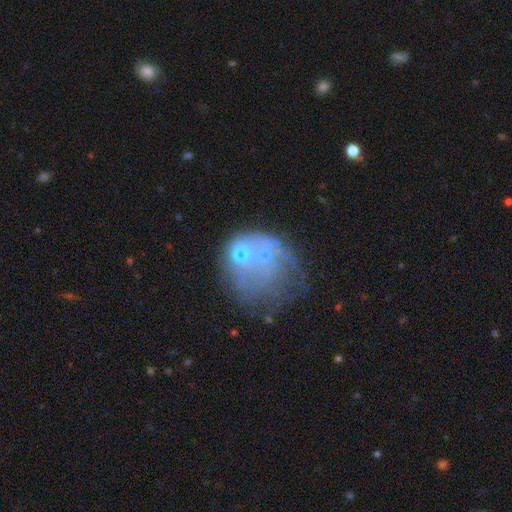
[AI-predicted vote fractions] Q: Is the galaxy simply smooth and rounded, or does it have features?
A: featured or disk — 52%.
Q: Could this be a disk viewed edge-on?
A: no — 98%.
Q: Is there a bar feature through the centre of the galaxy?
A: no — 88%.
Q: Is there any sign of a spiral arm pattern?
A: no — 79%.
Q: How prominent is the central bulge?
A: small — 45%.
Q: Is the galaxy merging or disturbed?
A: major disturbance — 35%.